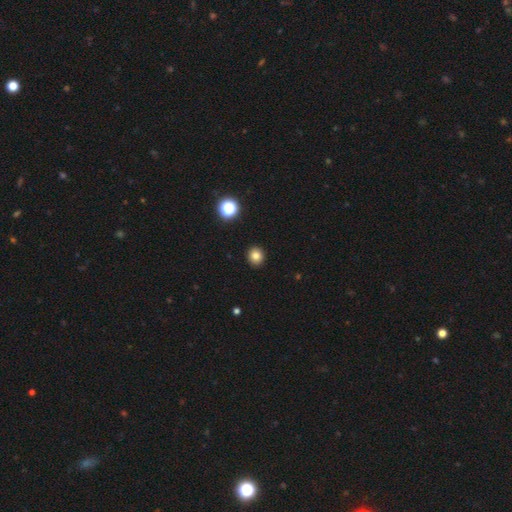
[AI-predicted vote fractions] Q: Smooth or featured?
A: smooth (82%); runner-up: star or artifact (13%)
Q: How rounded?
A: round (79%); runner-up: in between (20%)
Q: Merging?
A: none (92%); runner-up: minor disturbance (5%)